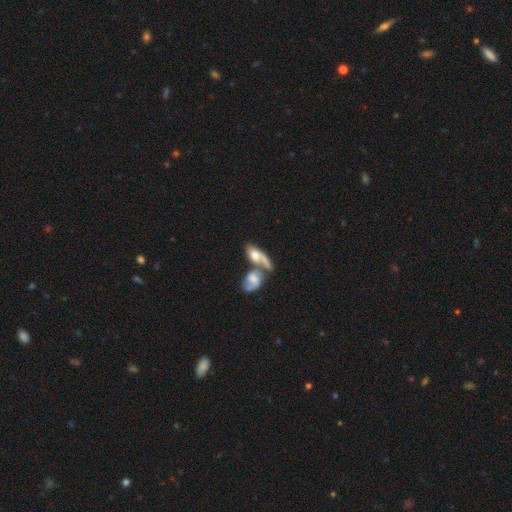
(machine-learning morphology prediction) Smooth or featured?
  - featured or disk: 47% *
  - smooth: 46%
  - star or artifact: 7%
Merging?
  - merger: 66% *
  - none: 18%
  - minor disturbance: 8%
  - major disturbance: 7%